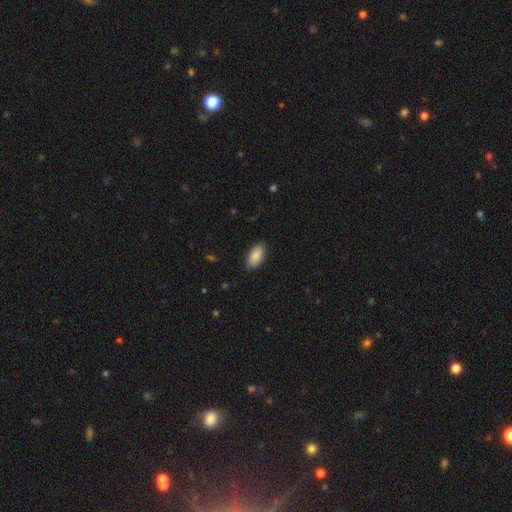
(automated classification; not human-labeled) Morphology: type=smooth (88%); roundness=in between (94%); merging=none (85%).